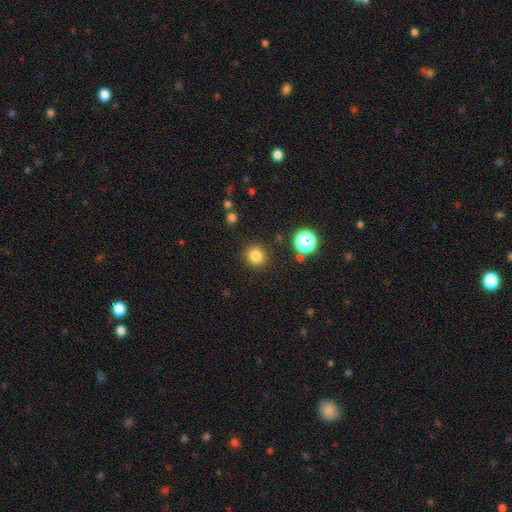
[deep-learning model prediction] smooth_or_featured: smooth (p=0.81) [alt: star or artifact p=0.13]
how_rounded: round (p=0.91) [alt: in between p=0.08]
merging: none (p=0.89) [alt: minor disturbance p=0.06]